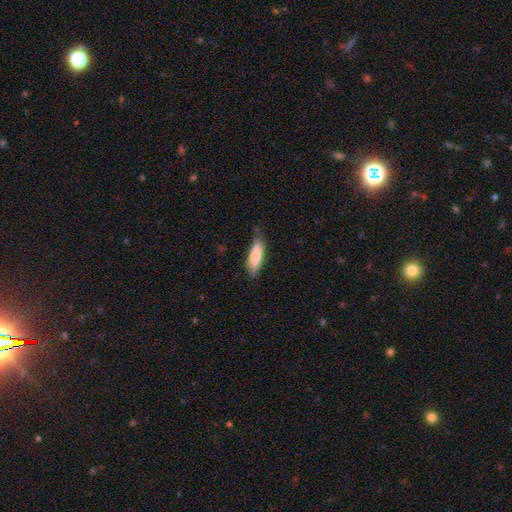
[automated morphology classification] Overall: smooth (78%). How rounded: cigar-shaped (55%; in between 43%). Merging: none (72%).